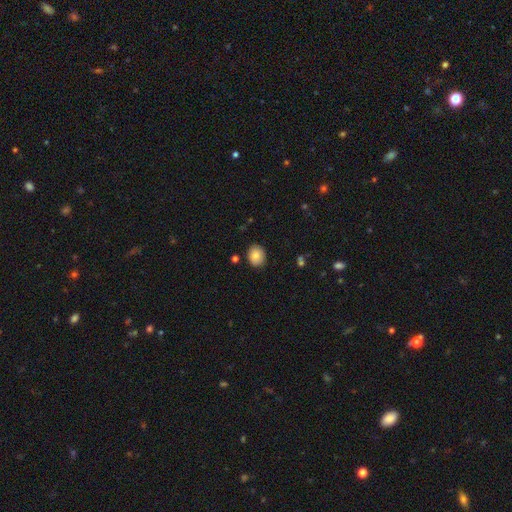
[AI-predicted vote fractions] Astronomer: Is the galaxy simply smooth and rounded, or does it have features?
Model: smooth — 83%.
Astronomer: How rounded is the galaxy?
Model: round — 58% (runner-up: in between, 41%).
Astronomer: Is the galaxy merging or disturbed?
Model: none — 85%.